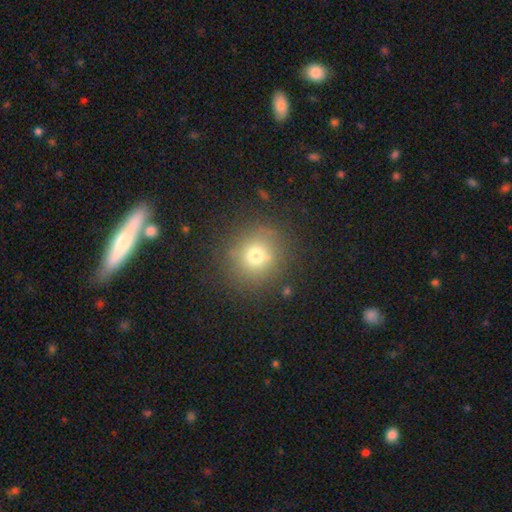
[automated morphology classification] smooth-or-featured: smooth: 71% | star or artifact: 17% | featured or disk: 12%
  how-rounded: round: 90% | in between: 9% | cigar-shaped: 1%
  merging: none: 83% | minor disturbance: 10% | major disturbance: 5% | merger: 2%